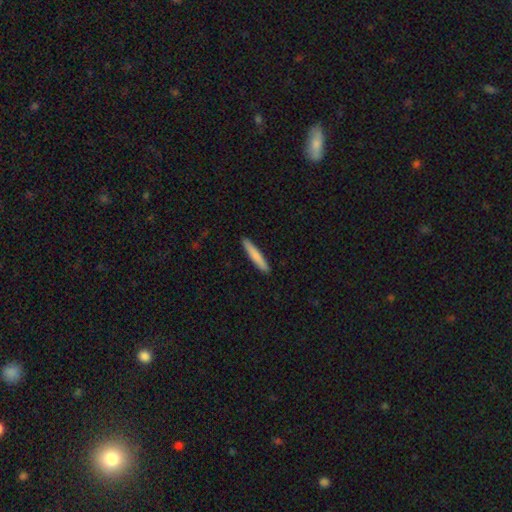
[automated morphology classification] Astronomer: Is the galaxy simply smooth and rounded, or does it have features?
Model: smooth — 79%.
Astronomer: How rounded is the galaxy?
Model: cigar-shaped — 94%.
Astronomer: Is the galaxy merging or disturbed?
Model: none — 92%.